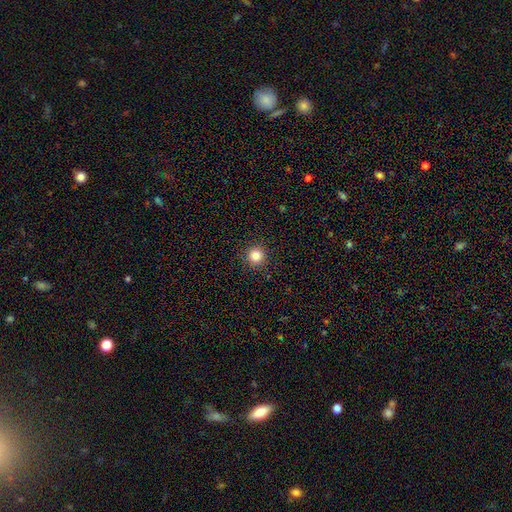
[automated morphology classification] Smooth or featured? Predicted: smooth (p=0.84). How rounded? Predicted: round (p=0.95). Merging? Predicted: none (p=0.92).